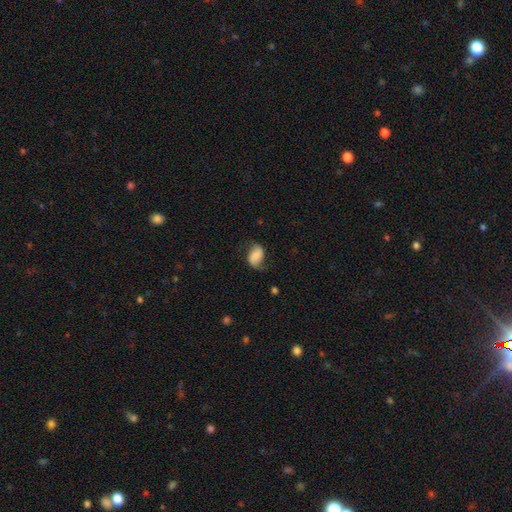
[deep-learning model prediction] smooth_or_featured: smooth (p=0.51) [alt: featured or disk p=0.40]
how_rounded: in between (p=0.84) [alt: round p=0.14]
merging: none (p=0.57) [alt: minor disturbance p=0.27]